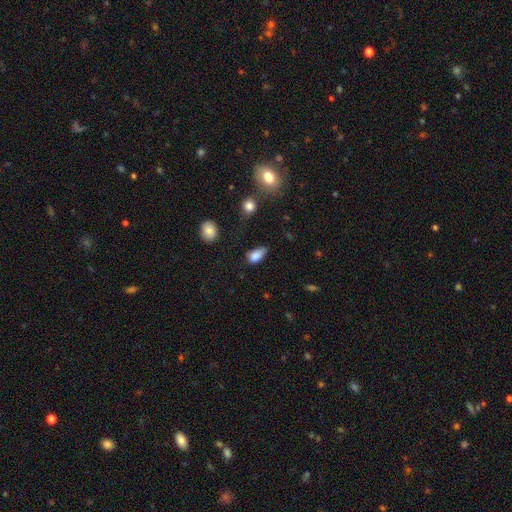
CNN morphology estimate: type=smooth (83%); roundness=in between (87%); merging=none (43%).